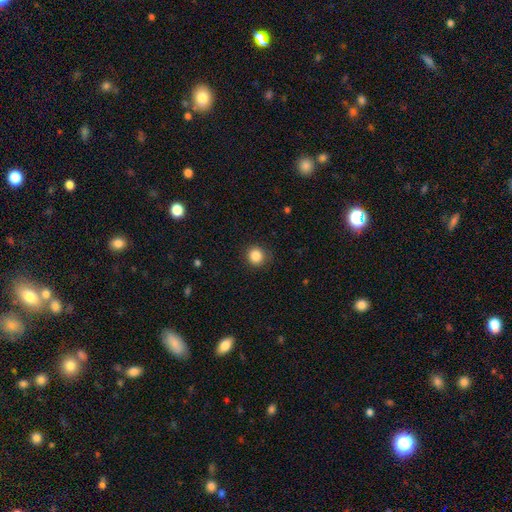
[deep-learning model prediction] smooth-or-featured: smooth: 86% | star or artifact: 10% | featured or disk: 4%
  how-rounded: round: 88% | in between: 11% | cigar-shaped: 1%
  merging: none: 86% | minor disturbance: 10% | major disturbance: 3% | merger: 1%